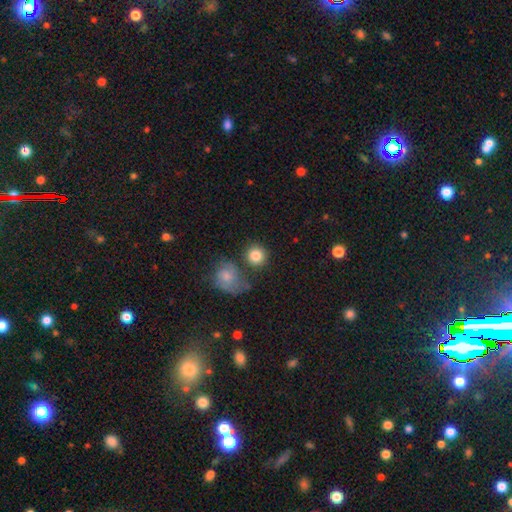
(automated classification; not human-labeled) The model was most divided on "merging": none: 71%, merger: 14%, minor disturbance: 11%, major disturbance: 4%. More confident: how rounded — round (89%); smooth or featured — smooth (84%).